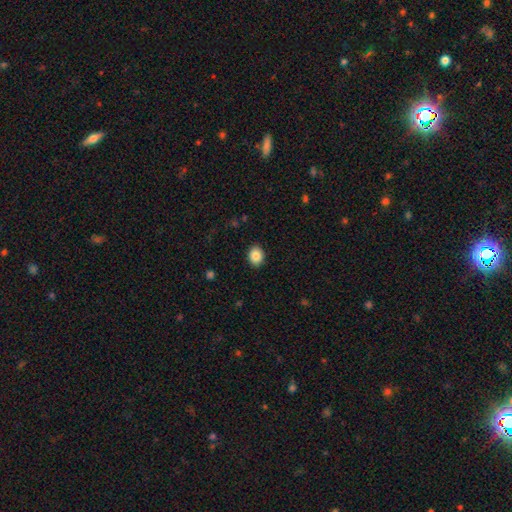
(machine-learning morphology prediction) smooth_or_featured: smooth (p=0.87) [alt: star or artifact p=0.08]
how_rounded: in between (p=0.53) [alt: round p=0.47]
merging: none (p=0.90) [alt: minor disturbance p=0.07]